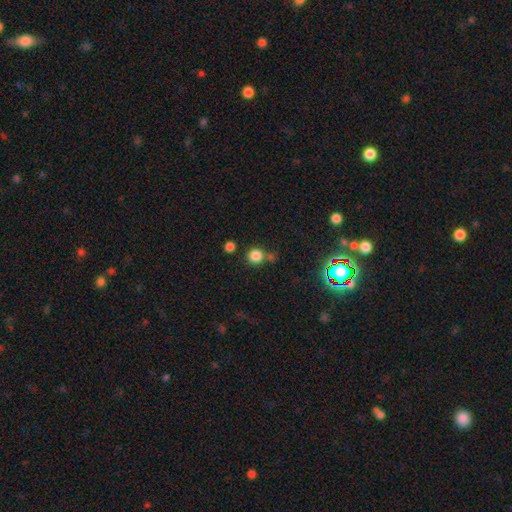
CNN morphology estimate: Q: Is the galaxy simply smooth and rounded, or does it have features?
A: smooth — 81%.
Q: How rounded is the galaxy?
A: round — 93%.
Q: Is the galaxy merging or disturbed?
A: none — 71%.